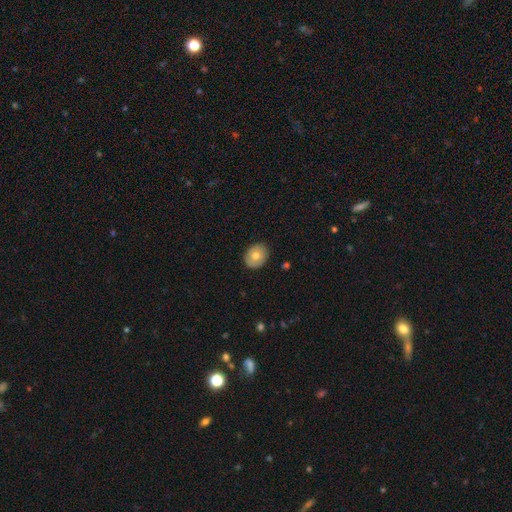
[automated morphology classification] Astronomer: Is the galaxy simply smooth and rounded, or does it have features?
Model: smooth — 67%.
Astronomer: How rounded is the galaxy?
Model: round — 57% (runner-up: in between, 42%).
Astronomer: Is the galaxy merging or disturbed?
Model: none — 87%.